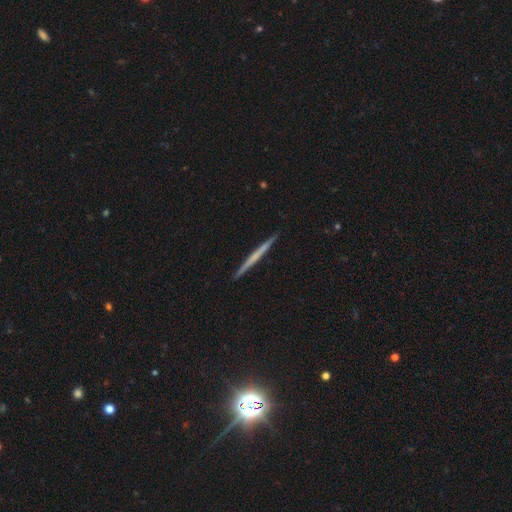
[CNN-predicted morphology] smooth_or_featured: featured or disk (p=0.55) [alt: smooth p=0.39]
disk_edge_on: yes (p=0.98) [alt: no p=0.02]
edge_on_bulge: none (p=0.89) [alt: rounded p=0.08]
merging: none (p=0.93) [alt: minor disturbance p=0.05]